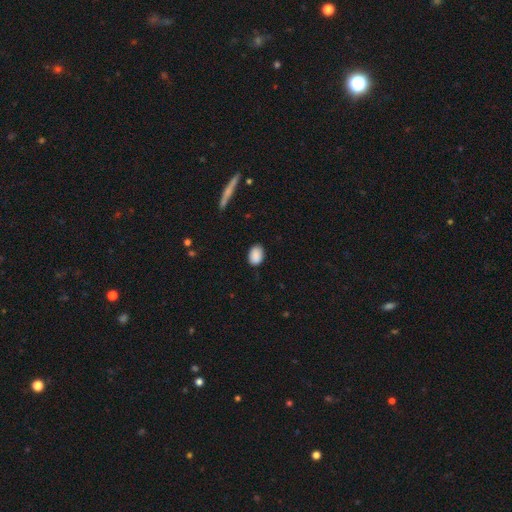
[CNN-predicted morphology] Smooth or featured? Predicted: smooth (p=0.89). How rounded? Predicted: in between (p=0.81). Merging? Predicted: none (p=0.85).